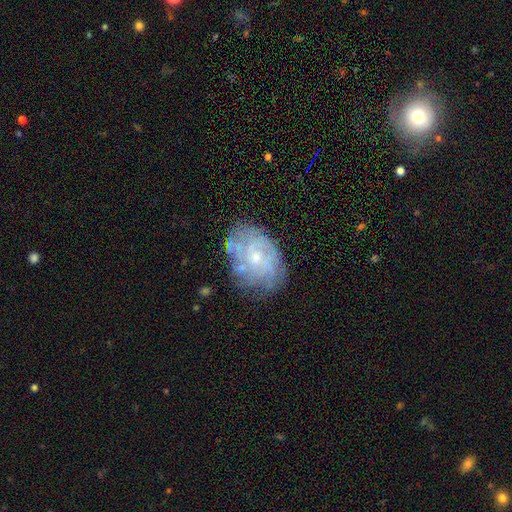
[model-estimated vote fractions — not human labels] Smooth or featured: featured or disk — 72% (smooth — 19%)
Edge-on disk: no — 96% (yes — 4%)
Bar: no — 80% (weak — 17%)
Spiral arms: yes — 78% (no — 22%)
Spiral winding: tight — 67% (medium — 24%)
Spiral arm count: can't tell — 58% (4 — 11%)
Bulge size: small — 72% (moderate — 24%)
Merging: none — 72% (minor disturbance — 18%)